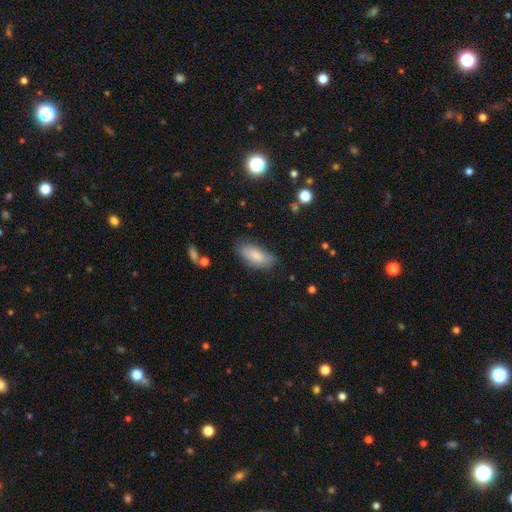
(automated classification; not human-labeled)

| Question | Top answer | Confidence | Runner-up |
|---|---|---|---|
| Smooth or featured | smooth | 80% | featured or disk (14%) |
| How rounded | in between | 89% | cigar-shaped (9%) |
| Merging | none | 71% | minor disturbance (22%) |